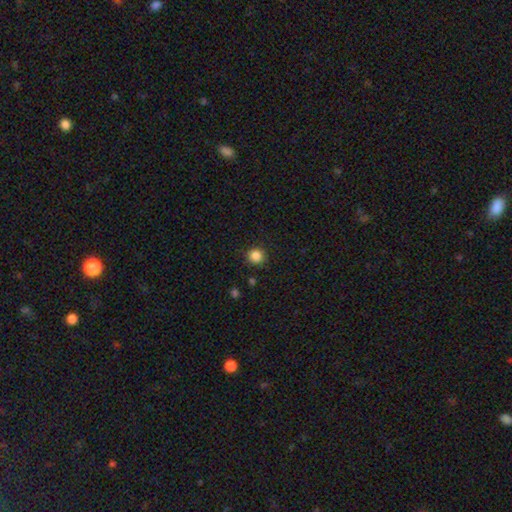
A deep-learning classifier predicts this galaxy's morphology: This is clearly a smooth galaxy (85%). How rounded: clearly round (93%). Merging: clearly none (90%).